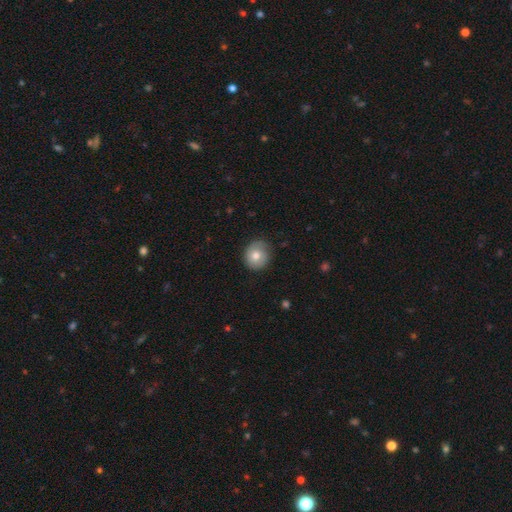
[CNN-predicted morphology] Smooth or featured? Predicted: smooth (p=0.74). How rounded? Predicted: round (p=0.82). Merging? Predicted: none (p=0.73).